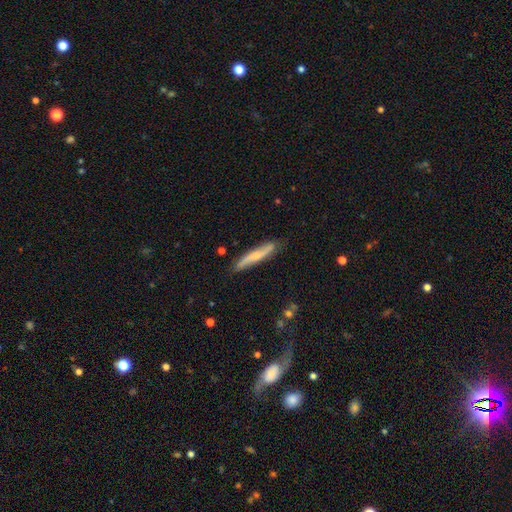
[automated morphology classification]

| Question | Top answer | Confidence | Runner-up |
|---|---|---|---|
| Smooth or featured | featured or disk | 58% | smooth (37%) |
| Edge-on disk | yes | 62% | no (38%) |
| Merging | none | 78% | minor disturbance (17%) |